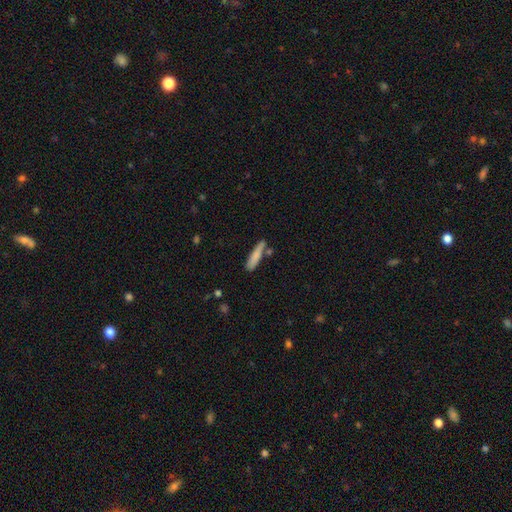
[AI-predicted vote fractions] This is likely a smooth galaxy (79%). How rounded: clearly cigar-shaped (85%). Merging: likely none (68%).